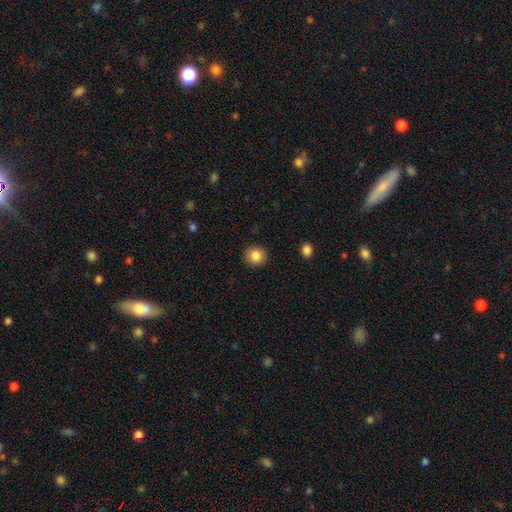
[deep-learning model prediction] A smooth galaxy with no disk features (86%) that is round (90%).

Vote fractions:
- Smooth or featured? smooth: 86% / star or artifact: 10% / featured or disk: 5%
- How rounded? round: 90% / in between: 10% / cigar-shaped: 1%
- Merging? none: 91% / minor disturbance: 6% / major disturbance: 2% / merger: 1%